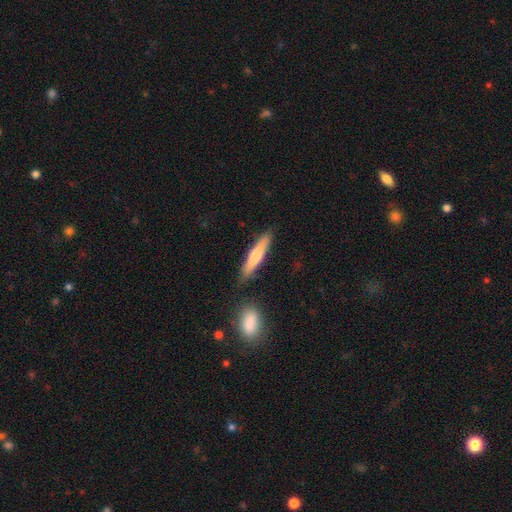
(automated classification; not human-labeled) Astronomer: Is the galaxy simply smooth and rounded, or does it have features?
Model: smooth — 66%.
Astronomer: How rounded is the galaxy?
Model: cigar-shaped — 86%.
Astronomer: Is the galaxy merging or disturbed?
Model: none — 81%.